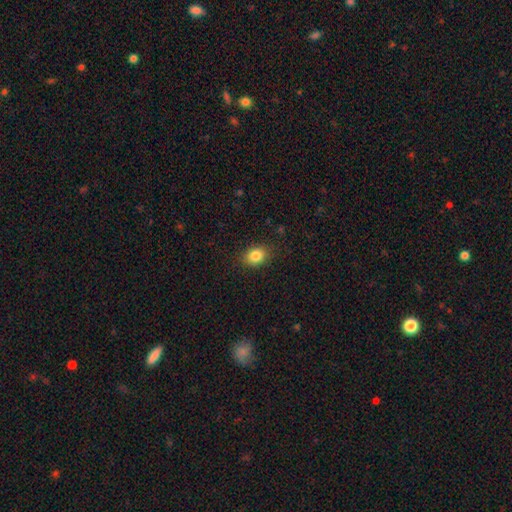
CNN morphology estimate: smooth 85%, star or artifact 9%, featured or disk 6%. Down the decision tree: how rounded — in between (61%); merging — none (86%).